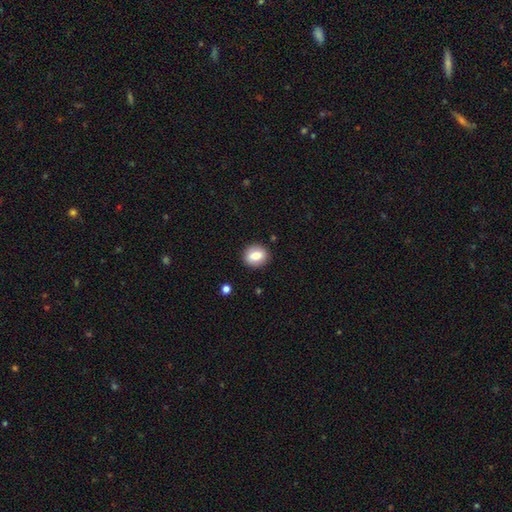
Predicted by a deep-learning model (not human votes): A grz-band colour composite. It shows a smooth galaxy with no disk features (79%) that is round (69%). Merging: none (88%).